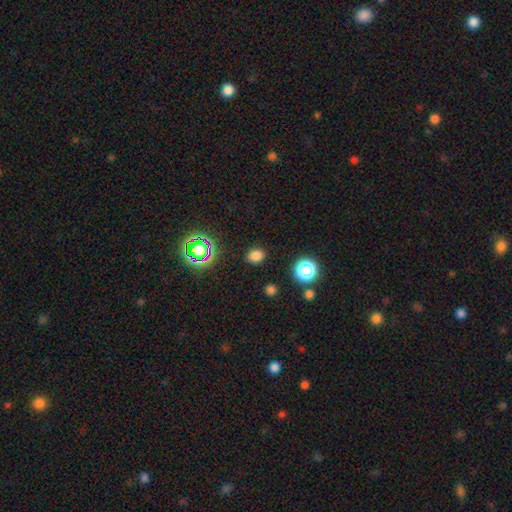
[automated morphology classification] Q: Smooth or featured?
A: smooth (76%); runner-up: star or artifact (19%)
Q: How rounded?
A: round (55%); runner-up: in between (44%)
Q: Merging?
A: none (87%); runner-up: minor disturbance (9%)